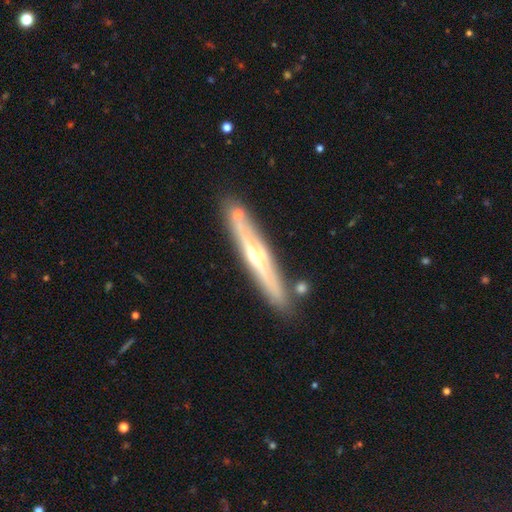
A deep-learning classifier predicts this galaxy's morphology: Overall: featured or disk (69%). Edge-on disk: yes (88%). Edge-on bulge: rounded (82%). Merging: none (81%).